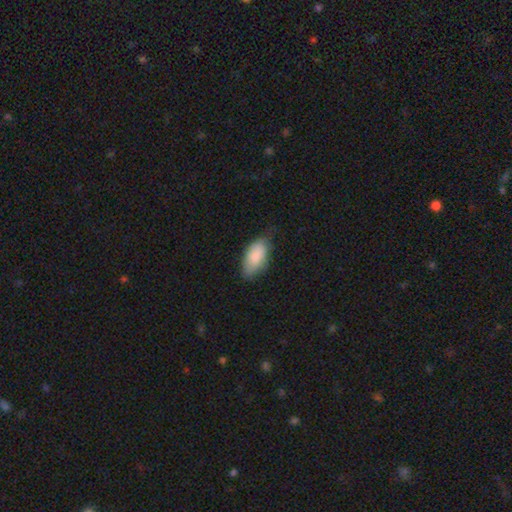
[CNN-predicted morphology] smooth_or_featured: smooth (p=0.85) [alt: featured or disk p=0.09]
how_rounded: in between (p=0.93) [alt: cigar-shaped p=0.04]
merging: none (p=0.61) [alt: minor disturbance p=0.31]